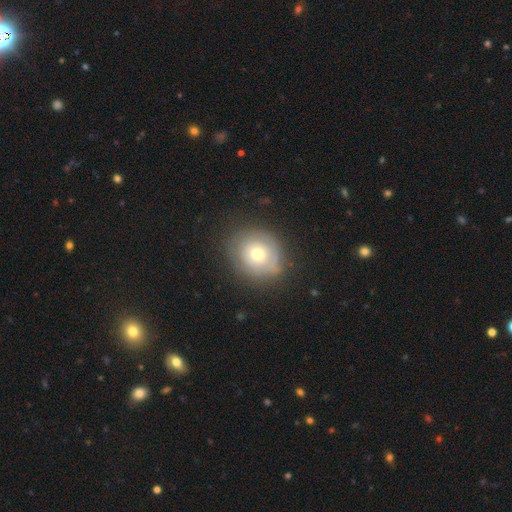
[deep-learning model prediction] Smooth or featured: smooth — 52% (featured or disk — 40%)
How rounded: round — 77% (in between — 22%)
Merging: none — 73% (minor disturbance — 18%)